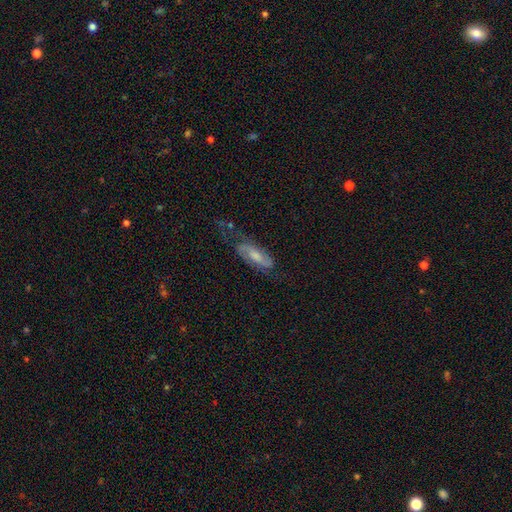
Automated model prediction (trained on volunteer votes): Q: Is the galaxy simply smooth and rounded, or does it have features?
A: featured or disk — 65%.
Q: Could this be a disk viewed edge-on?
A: no — 87%.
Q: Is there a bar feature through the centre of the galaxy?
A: no — 41%, tied with weak.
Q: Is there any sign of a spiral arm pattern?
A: yes — 90%.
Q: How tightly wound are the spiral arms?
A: medium — 43%.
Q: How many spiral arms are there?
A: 2 — 81%.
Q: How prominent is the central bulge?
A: moderate — 50%.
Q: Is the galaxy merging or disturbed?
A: none — 53%.